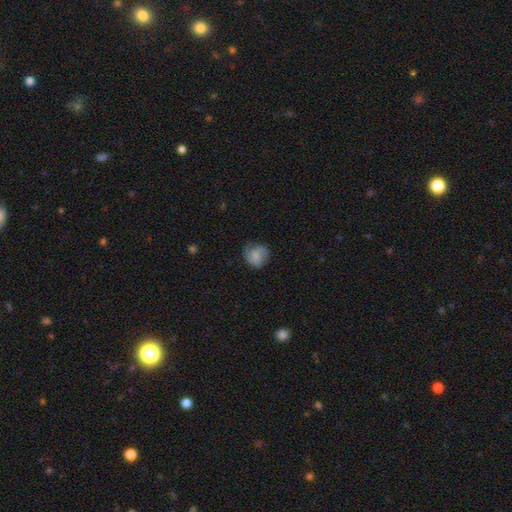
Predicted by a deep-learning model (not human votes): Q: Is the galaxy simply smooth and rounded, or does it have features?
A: smooth — 59%.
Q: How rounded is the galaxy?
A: round — 76%.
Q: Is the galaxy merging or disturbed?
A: none — 63%.